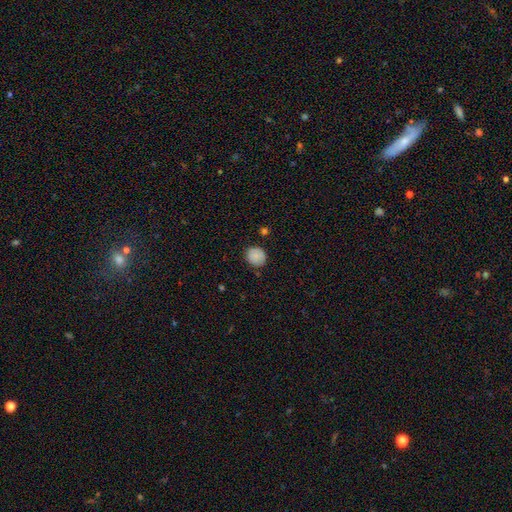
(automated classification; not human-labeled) This is clearly a smooth galaxy (86%). How rounded: clearly round (83%). Merging: clearly none (82%).